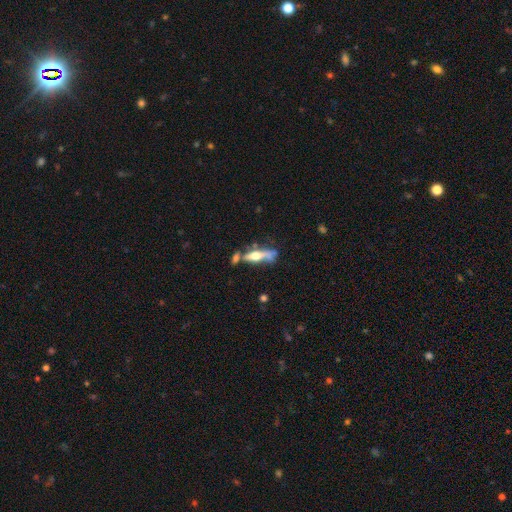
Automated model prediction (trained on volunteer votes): featured or disk 53%, smooth 40%, star or artifact 8%. Down the decision tree: edge-on disk — yes (75%); merging — none (38%).